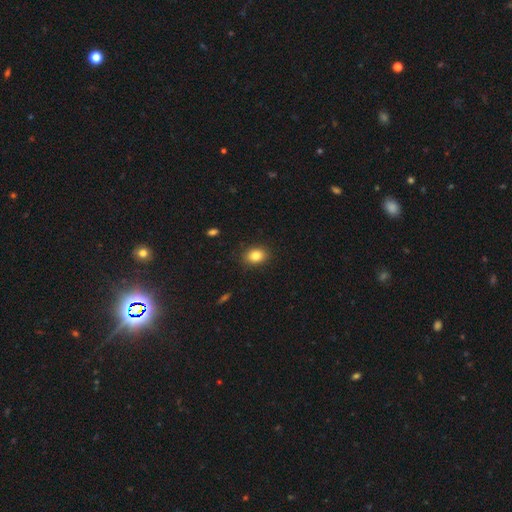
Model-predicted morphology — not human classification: smooth-or-featured: smooth: 84% | star or artifact: 10% | featured or disk: 6%
  how-rounded: in between: 58% | round: 41% | cigar-shaped: 1%
  merging: none: 88% | minor disturbance: 9% | major disturbance: 2% | merger: 1%